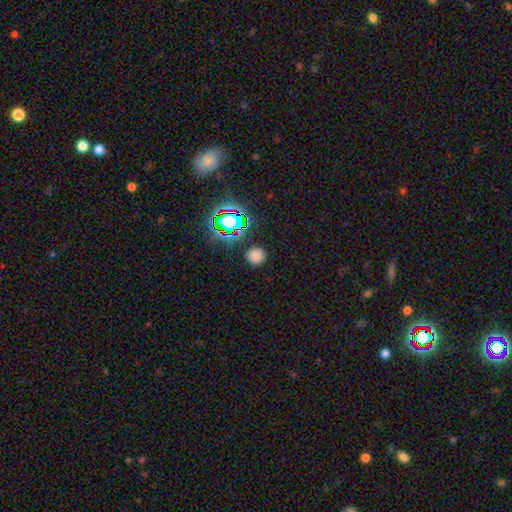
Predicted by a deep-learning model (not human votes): Smooth or featured? Predicted: smooth (p=0.72). How rounded? Predicted: round (p=0.93). Merging? Predicted: none (p=0.89).